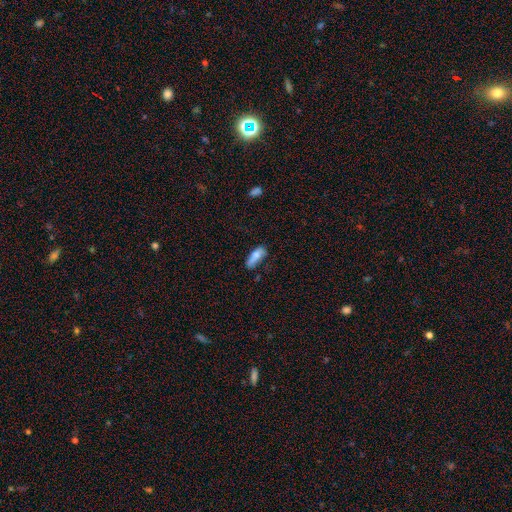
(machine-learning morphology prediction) Q: Smooth or featured?
A: smooth (70%); runner-up: featured or disk (23%)
Q: How rounded?
A: in between (69%); runner-up: cigar-shaped (28%)
Q: Merging?
A: none (48%); runner-up: minor disturbance (31%)